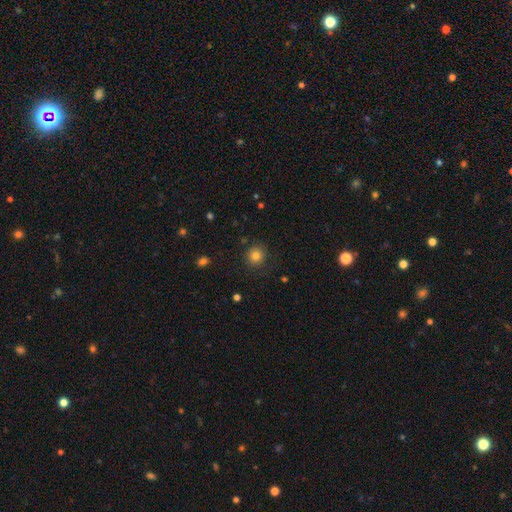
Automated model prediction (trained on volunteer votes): Smooth or featured?
  - smooth: 81% *
  - star or artifact: 13%
  - featured or disk: 6%
How rounded?
  - round: 90% *
  - in between: 9%
  - cigar-shaped: 1%
Merging?
  - none: 87% *
  - minor disturbance: 8%
  - major disturbance: 3%
  - merger: 1%